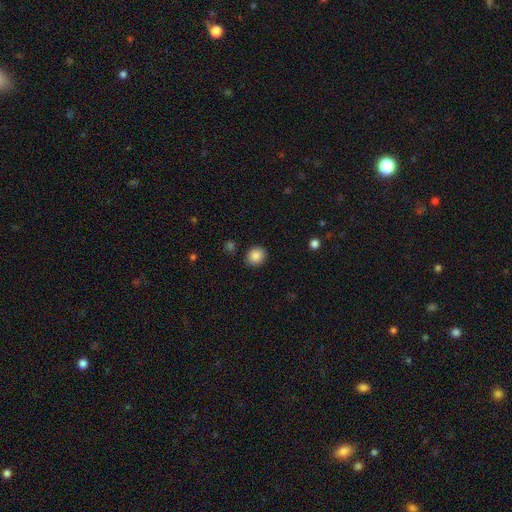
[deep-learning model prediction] Smooth or featured? smooth (86%)
How rounded? round (81%)
Merging? none (88%)